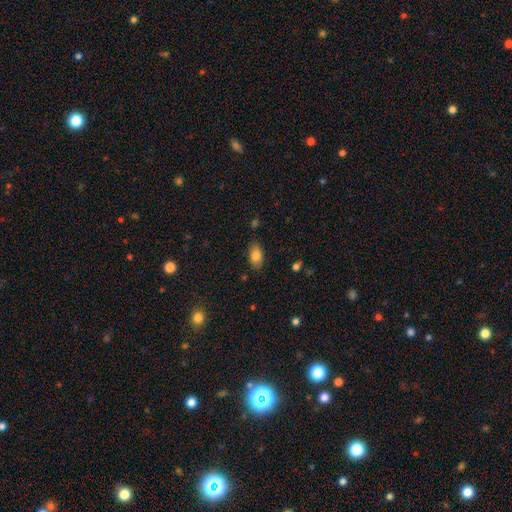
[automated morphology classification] Smooth or featured?
  - smooth: 83% *
  - star or artifact: 9%
  - featured or disk: 8%
How rounded?
  - in between: 89% *
  - round: 8%
  - cigar-shaped: 2%
Merging?
  - none: 80% *
  - minor disturbance: 15%
  - major disturbance: 3%
  - merger: 2%